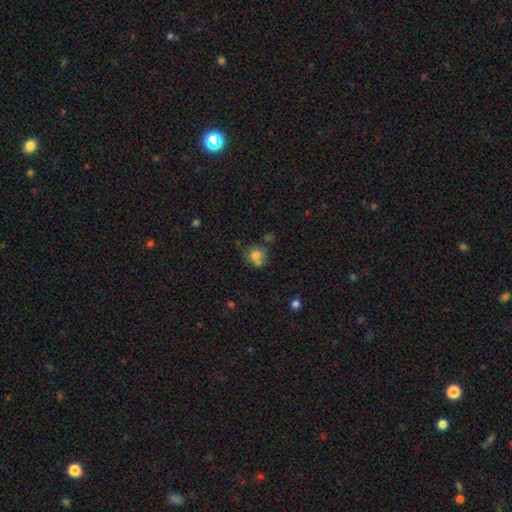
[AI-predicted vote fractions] Smooth or featured? Predicted: smooth (p=0.71). How rounded? Predicted: round (p=0.73). Merging? Predicted: none (p=0.48).